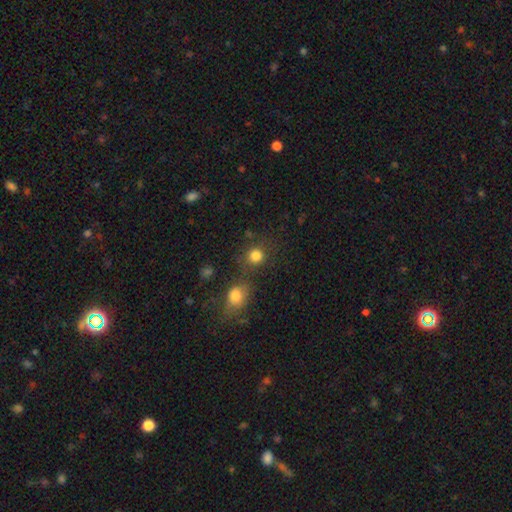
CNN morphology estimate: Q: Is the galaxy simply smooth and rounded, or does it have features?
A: smooth — 82%.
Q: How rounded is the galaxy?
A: round — 88%.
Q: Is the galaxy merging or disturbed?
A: none — 69%.